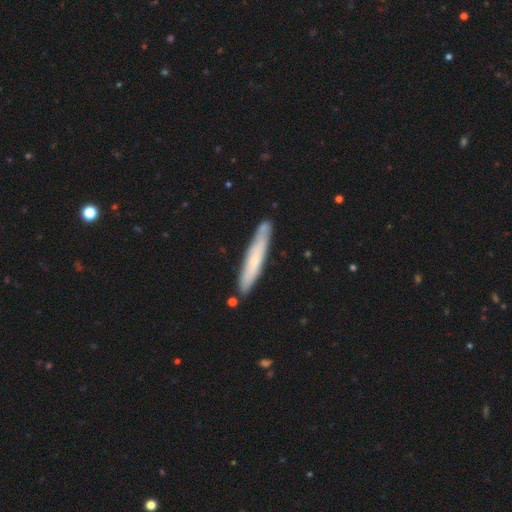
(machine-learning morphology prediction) This is possibly a smooth galaxy (51%). How rounded: clearly cigar-shaped (93%). Merging: clearly none (85%).